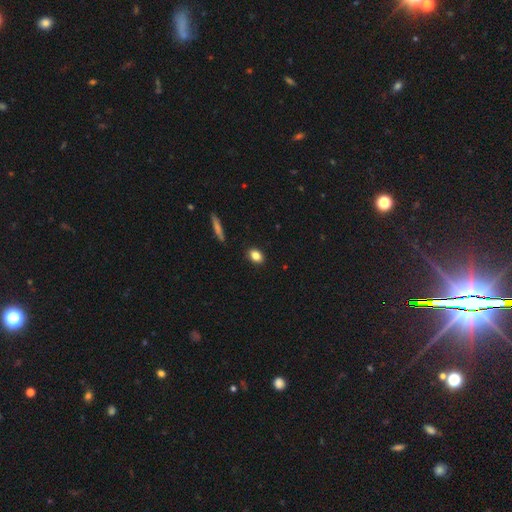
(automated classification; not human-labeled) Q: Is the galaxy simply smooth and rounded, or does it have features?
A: smooth — 84%.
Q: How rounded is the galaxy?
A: in between — 76%.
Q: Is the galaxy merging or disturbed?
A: none — 89%.